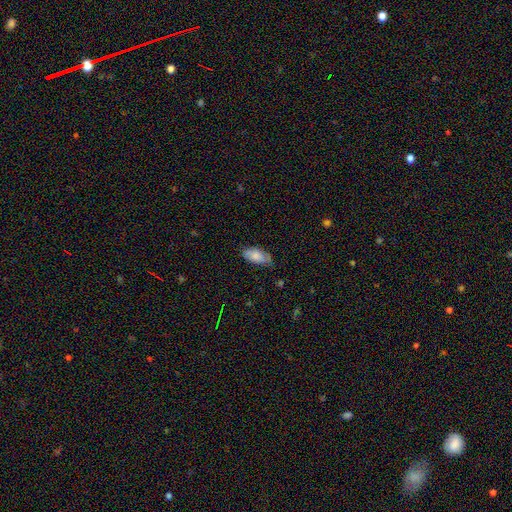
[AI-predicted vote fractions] Smooth or featured? Predicted: smooth (p=0.78). How rounded? Predicted: in between (p=0.92). Merging? Predicted: none (p=0.59).